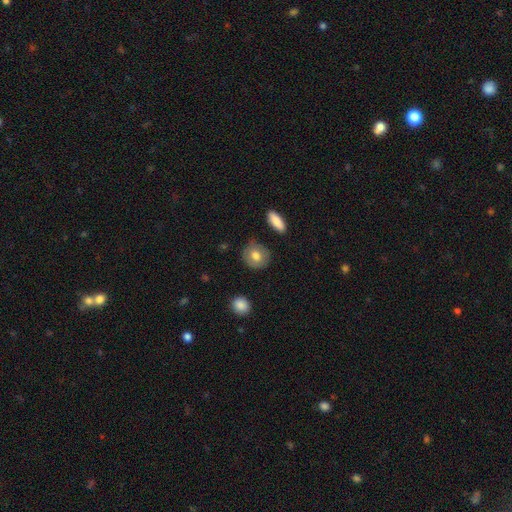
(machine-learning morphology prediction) Smooth or featured?
  - smooth: 70% *
  - featured or disk: 23%
  - star or artifact: 7%
How rounded?
  - round: 78% *
  - in between: 20%
  - cigar-shaped: 1%
Merging?
  - none: 79% *
  - minor disturbance: 15%
  - major disturbance: 4%
  - merger: 2%